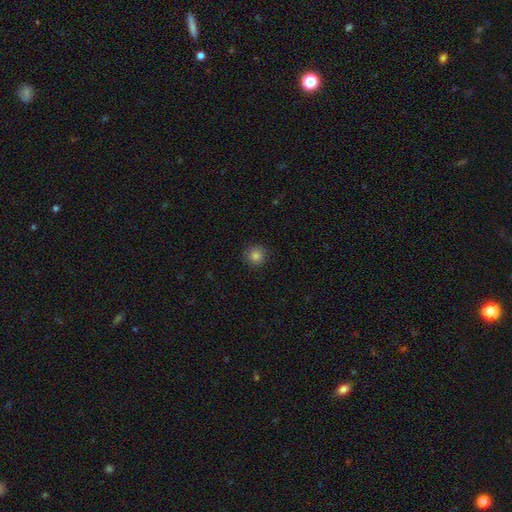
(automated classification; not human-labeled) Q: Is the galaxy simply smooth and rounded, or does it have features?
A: smooth — 83%.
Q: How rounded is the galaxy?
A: round — 94%.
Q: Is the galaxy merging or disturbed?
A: none — 90%.